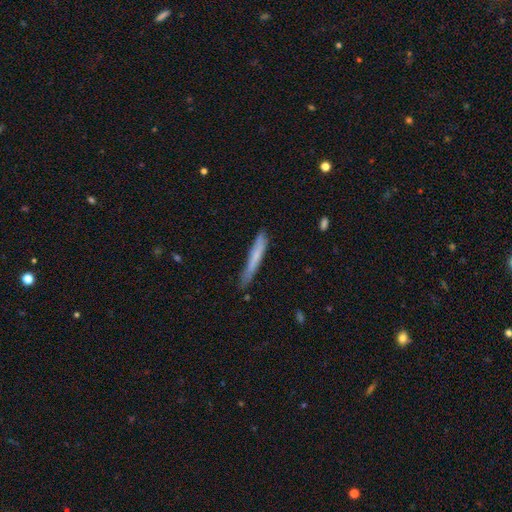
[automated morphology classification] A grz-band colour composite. It shows a smooth galaxy with no disk features (67%) that is cigar-shaped (95%). Merging: none (71%).